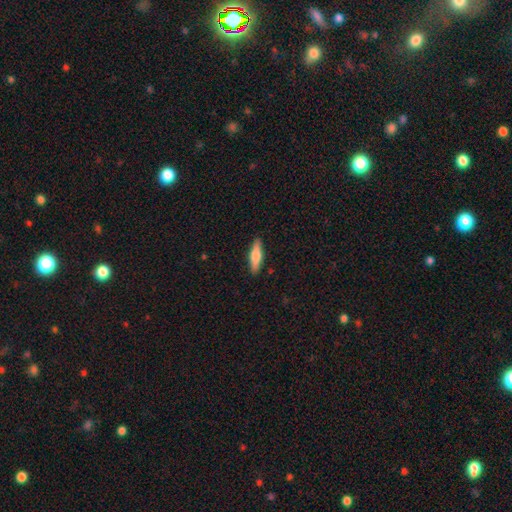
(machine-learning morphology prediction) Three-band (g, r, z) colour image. It shows a smooth galaxy with no disk features (64%) that is cigar-shaped (63%). Merging: none (89%).